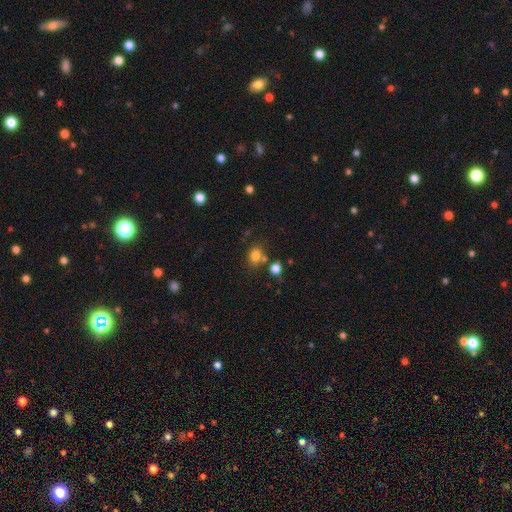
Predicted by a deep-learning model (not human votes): Morphology: type=smooth (78%); roundness=round (52%); merging=none (62%).